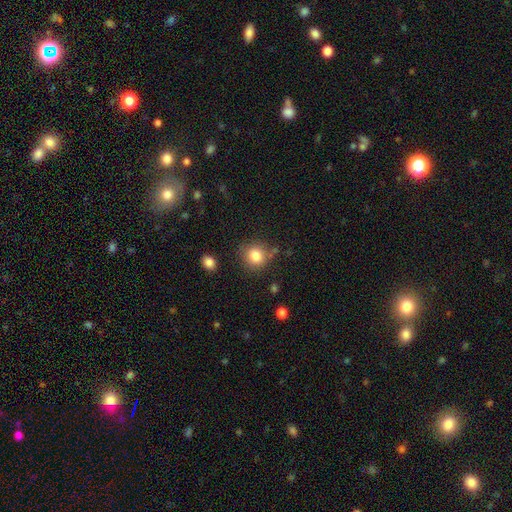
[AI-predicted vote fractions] smooth-or-featured: smooth: 83% | star or artifact: 11% | featured or disk: 6%
  how-rounded: round: 86% | in between: 13% | cigar-shaped: 1%
  merging: none: 78% | minor disturbance: 12% | merger: 5% | major disturbance: 4%